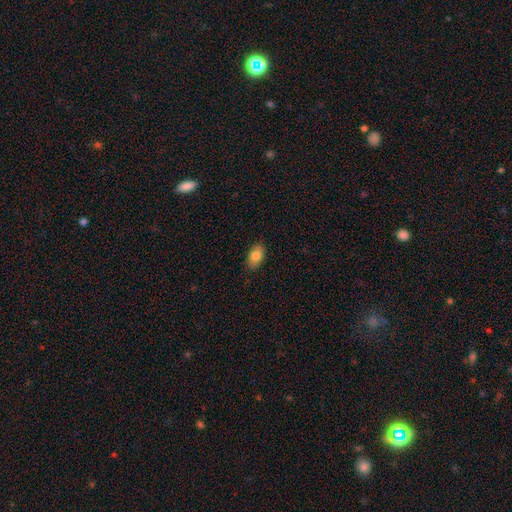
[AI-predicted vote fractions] This is clearly a smooth galaxy (83%). How rounded: clearly in between (91%). Merging: clearly none (88%).